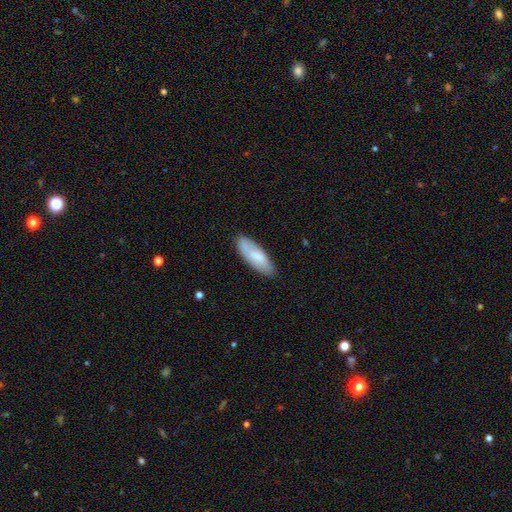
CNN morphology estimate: type=smooth (75%); roundness=in between (67%); merging=none (80%).